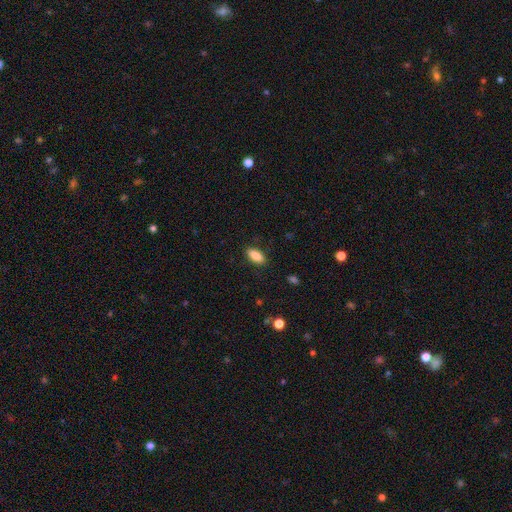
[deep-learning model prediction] Smooth or featured?
  - smooth: 86% *
  - star or artifact: 7%
  - featured or disk: 7%
How rounded?
  - in between: 88% *
  - cigar-shaped: 9%
  - round: 3%
Merging?
  - none: 87% *
  - minor disturbance: 10%
  - major disturbance: 2%
  - merger: 1%